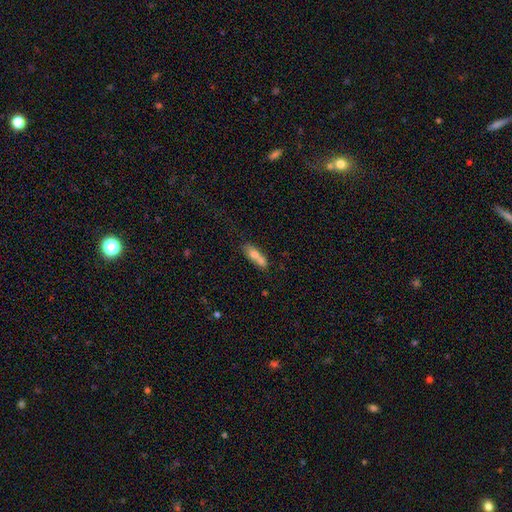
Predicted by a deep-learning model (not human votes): Q: Smooth or featured?
A: smooth (66%); runner-up: featured or disk (26%)
Q: How rounded?
A: in between (55%); runner-up: cigar-shaped (40%)
Q: Merging?
A: merger (44%); runner-up: none (36%)